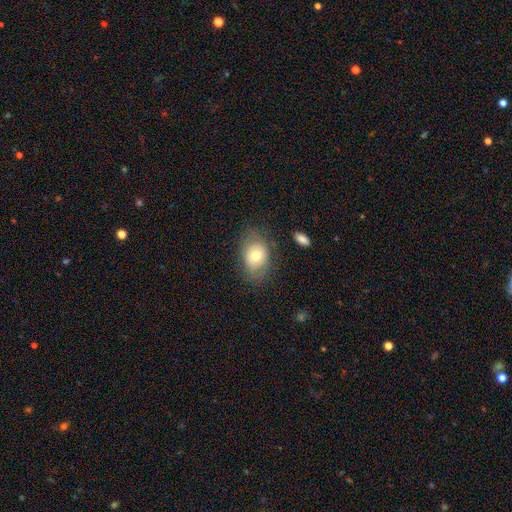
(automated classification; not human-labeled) smooth-or-featured: smooth: 69% | featured or disk: 22% | star or artifact: 9%
  how-rounded: in between: 69% | round: 30% | cigar-shaped: 1%
  merging: none: 70% | minor disturbance: 19% | major disturbance: 8% | merger: 3%